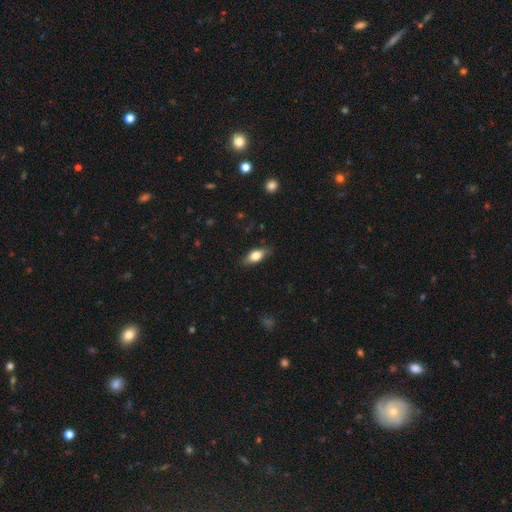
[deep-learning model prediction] Smooth or featured? smooth (72%)
How rounded? in between (79%)
Merging? none (82%)